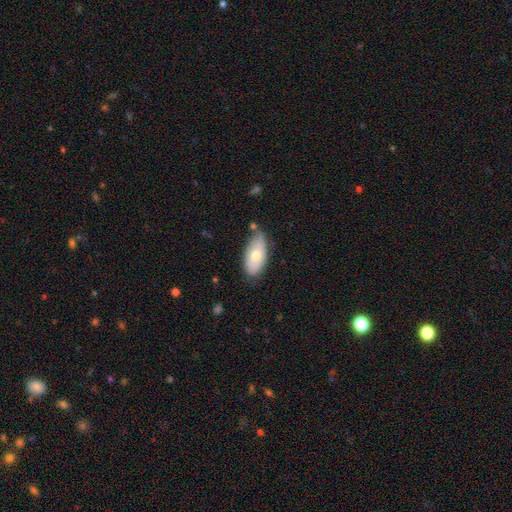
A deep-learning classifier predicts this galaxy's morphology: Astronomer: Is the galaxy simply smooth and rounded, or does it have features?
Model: smooth — 65%.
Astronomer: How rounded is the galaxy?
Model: in between — 92%.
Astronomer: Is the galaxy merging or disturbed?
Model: none — 66%.